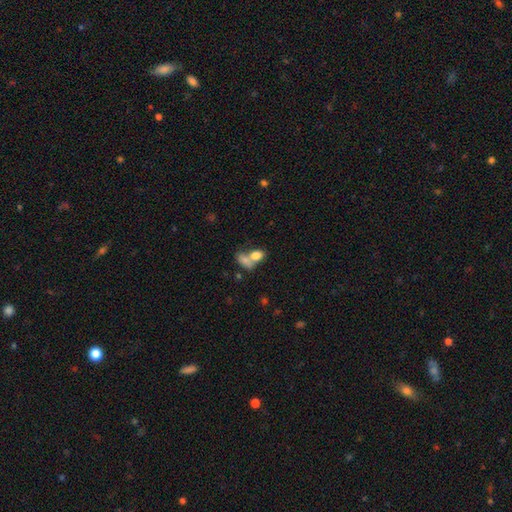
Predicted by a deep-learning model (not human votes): A smooth galaxy with no disk features (77%) that is in between round and cigar-shaped (77%). Merging: merger (62%).